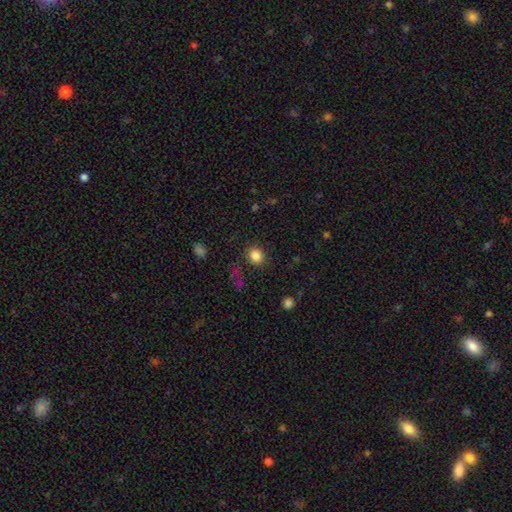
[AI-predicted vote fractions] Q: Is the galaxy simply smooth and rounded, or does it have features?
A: smooth — 84%.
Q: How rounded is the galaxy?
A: round — 83%.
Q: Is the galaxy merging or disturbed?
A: none — 85%.